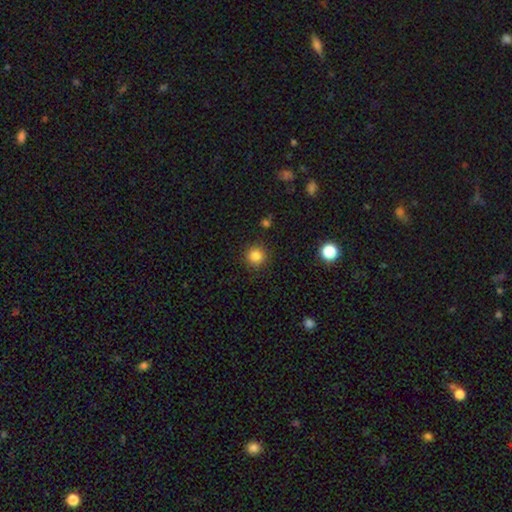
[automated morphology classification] This appears to be a smooth galaxy with no disk features (84%) that is round (94%). Merging: none (89%).